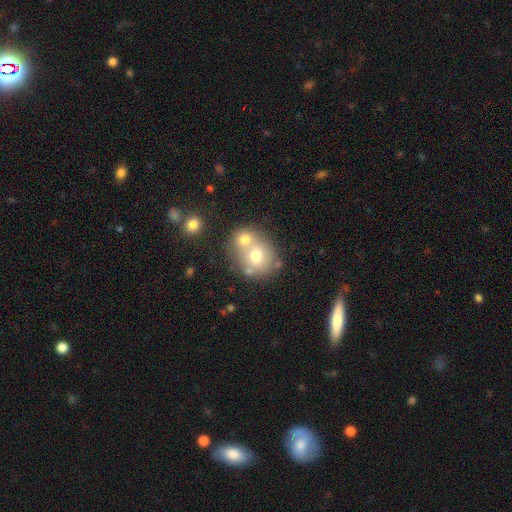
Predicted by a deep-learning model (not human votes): The model was most divided on "merging": merger: 55%, none: 33%, minor disturbance: 8%, major disturbance: 4%. More confident: how rounded — round (70%); smooth or featured — smooth (65%).